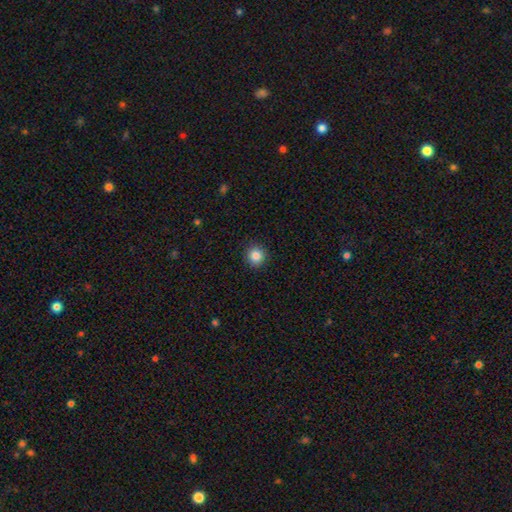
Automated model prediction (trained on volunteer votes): Overall: smooth (85%). How rounded: round (93%). Merging: none (92%).